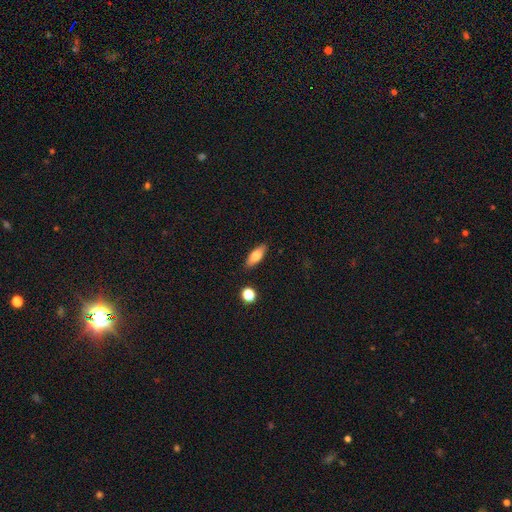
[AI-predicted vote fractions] Q: Smooth or featured?
A: smooth (72%); runner-up: featured or disk (20%)
Q: How rounded?
A: in between (71%); runner-up: cigar-shaped (26%)
Q: Merging?
A: none (87%); runner-up: minor disturbance (9%)